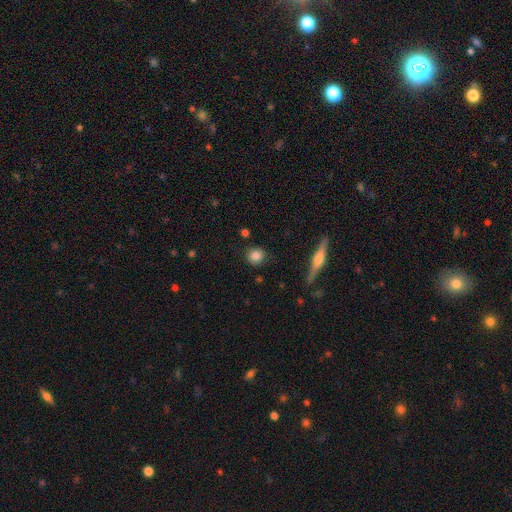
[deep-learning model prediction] smooth 82%, star or artifact 9%, featured or disk 9%. Down the decision tree: how rounded — round (86%); merging — none (86%).